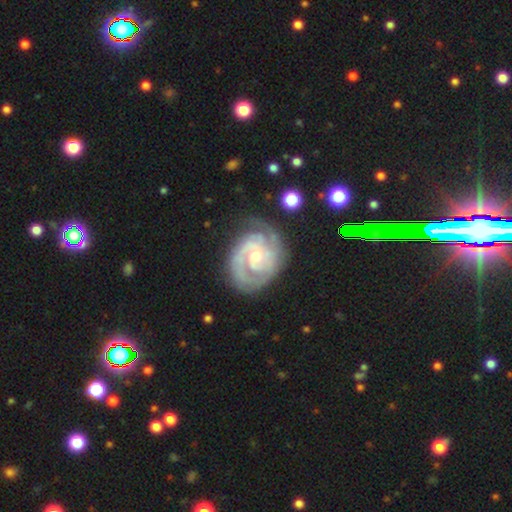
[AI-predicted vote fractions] Smooth or featured?
  - featured or disk: 90% *
  - smooth: 6%
  - star or artifact: 4%
Edge-on disk?
  - no: 98% *
  - yes: 2%
Bar?
  - no: 63% *
  - weak: 31%
  - strong: 7%
Spiral arms?
  - yes: 97% *
  - no: 3%
Spiral winding?
  - tight: 66% *
  - medium: 28%
  - loose: 6%
Spiral arm count?
  - 2: 46% *
  - 3: 21%
  - can't tell: 17%
  - 1: 8%
  - 4: 5%
  - more than 4: 4%
Bulge size?
  - moderate: 50% *
  - small: 45%
  - large: 2%
  - none: 1%
  - dominant: 1%
Merging?
  - none: 69% *
  - minor disturbance: 20%
  - major disturbance: 10%
  - merger: 2%